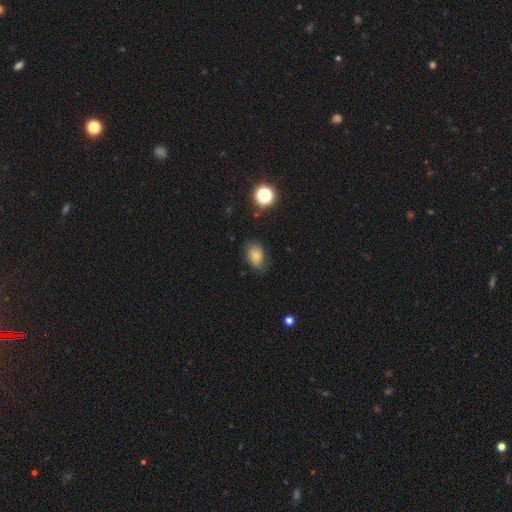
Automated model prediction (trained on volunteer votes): This appears to be a smooth galaxy with no disk features (74%) that is in between round and cigar-shaped (80%). Merging: none (67%).